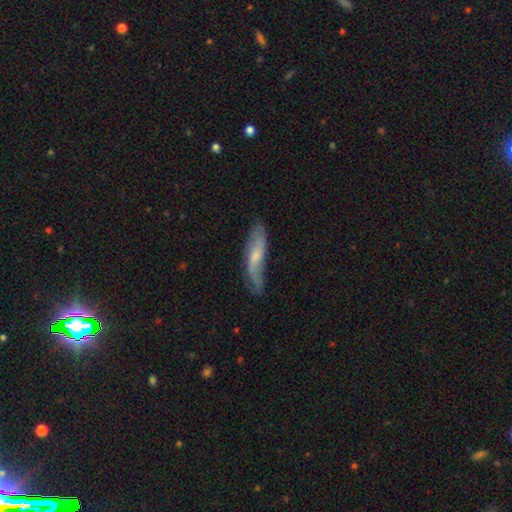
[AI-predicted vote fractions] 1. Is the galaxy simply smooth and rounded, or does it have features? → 51% featured or disk, 42% smooth, 7% star or artifact.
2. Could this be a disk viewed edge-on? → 62% no, 38% yes.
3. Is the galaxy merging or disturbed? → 60% none, 28% minor disturbance, 9% major disturbance, 2% merger.